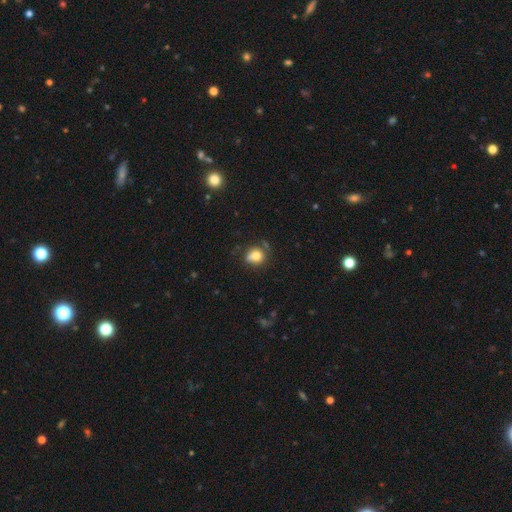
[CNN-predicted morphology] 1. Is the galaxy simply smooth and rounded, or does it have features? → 77% smooth, 12% featured or disk, 11% star or artifact.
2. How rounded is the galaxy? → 70% round, 29% in between, 1% cigar-shaped.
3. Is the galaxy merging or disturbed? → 58% none, 24% minor disturbance, 10% merger, 8% major disturbance.